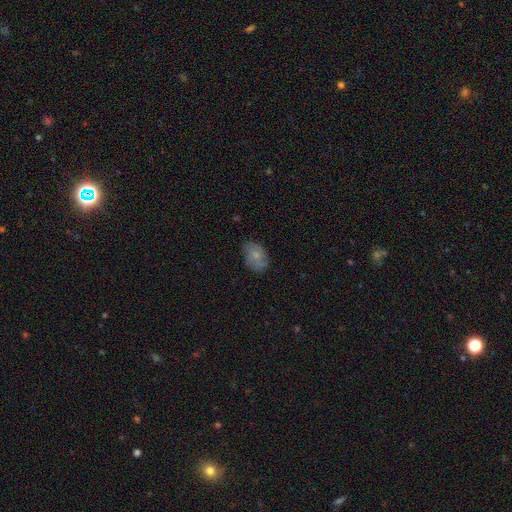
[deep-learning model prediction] smooth-or-featured: smooth: 66% | featured or disk: 25% | star or artifact: 8%
  how-rounded: in between: 76% | round: 23% | cigar-shaped: 1%
  merging: none: 70% | minor disturbance: 23% | major disturbance: 6% | merger: 2%